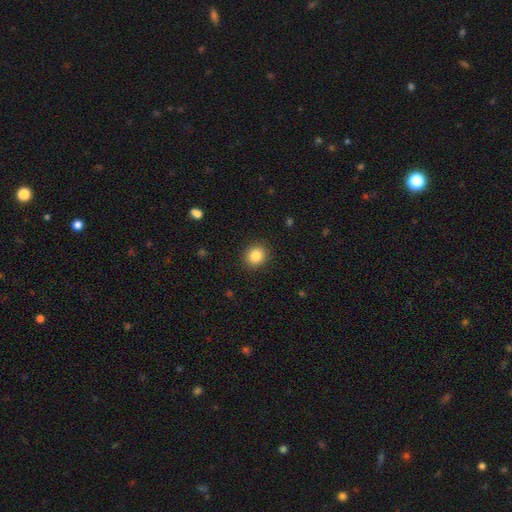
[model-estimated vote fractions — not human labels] Smooth or featured? smooth (84%)
How rounded? round (82%)
Merging? none (90%)